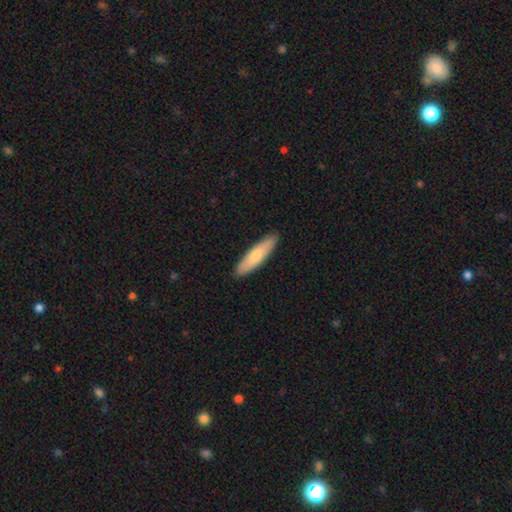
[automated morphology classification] Q: Smooth or featured?
A: smooth (75%); runner-up: featured or disk (20%)
Q: How rounded?
A: cigar-shaped (74%); runner-up: in between (25%)
Q: Merging?
A: none (90%); runner-up: minor disturbance (8%)